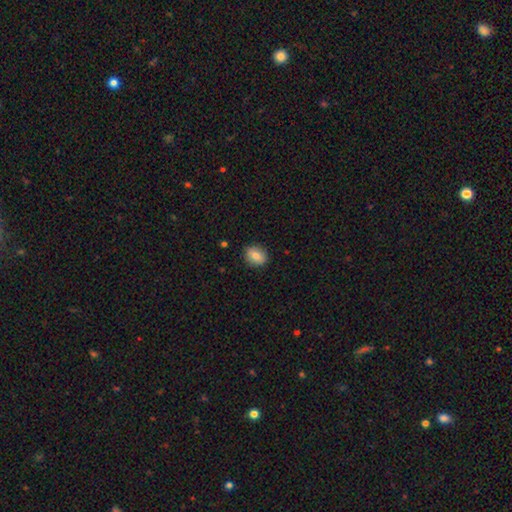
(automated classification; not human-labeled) This is likely a smooth galaxy (78%). How rounded: possibly in between (58%). Merging: clearly none (87%).